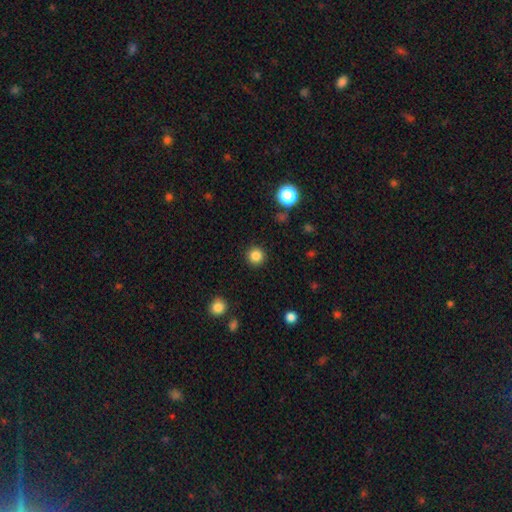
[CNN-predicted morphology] Smooth or featured: smooth — 85% (star or artifact — 11%)
How rounded: round — 95% (in between — 4%)
Merging: none — 92% (minor disturbance — 5%)